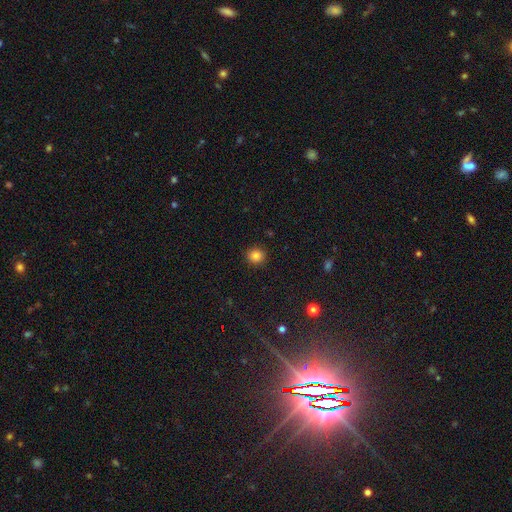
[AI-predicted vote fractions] The model was most divided on "smooth or featured": smooth: 84%, star or artifact: 12%, featured or disk: 4%. More confident: merging — none (91%); how rounded — round (88%).